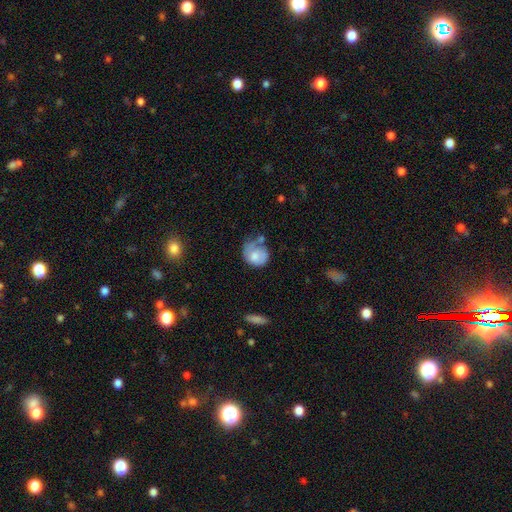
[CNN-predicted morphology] type=smooth (62%); roundness=round (64%); merging=none (33%).